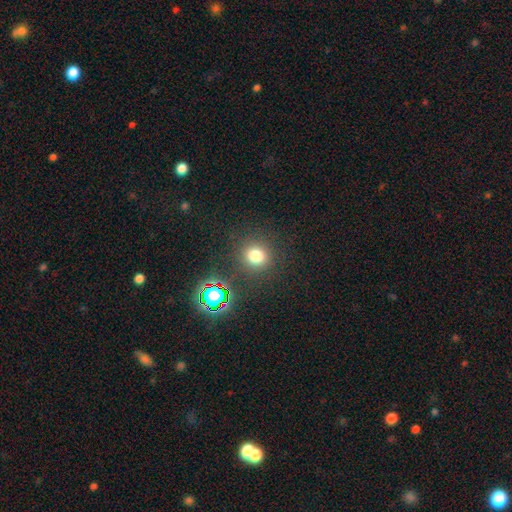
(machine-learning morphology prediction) This is likely a smooth galaxy (74%). How rounded: clearly round (85%). Merging: clearly none (86%).